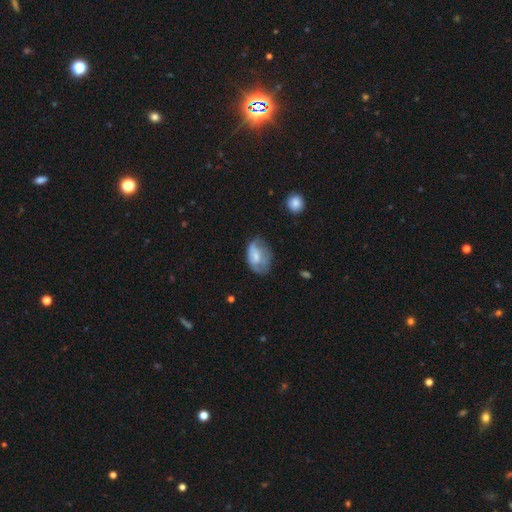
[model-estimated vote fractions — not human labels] A smooth galaxy with no disk features (52%) that is in between round and cigar-shaped (84%).

Vote fractions:
- Smooth or featured? smooth: 52% / featured or disk: 41% / star or artifact: 7%
- How rounded? in between: 84% / round: 15% / cigar-shaped: 2%
- Merging? none: 40% / minor disturbance: 35% / major disturbance: 23% / merger: 2%